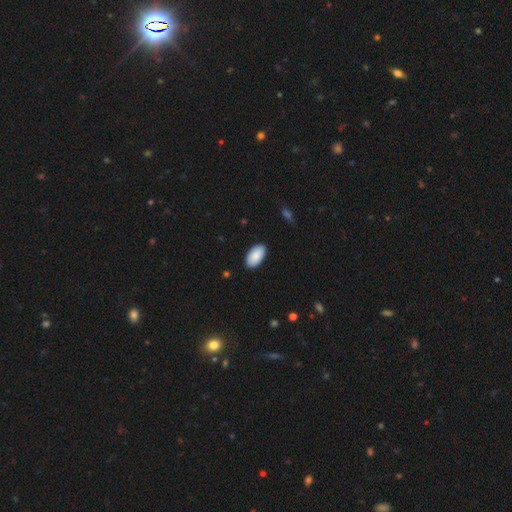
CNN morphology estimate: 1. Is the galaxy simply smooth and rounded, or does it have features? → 89% smooth, 6% star or artifact, 5% featured or disk.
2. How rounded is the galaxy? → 96% in between, 2% round, 2% cigar-shaped.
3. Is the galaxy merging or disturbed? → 89% none, 8% minor disturbance, 2% major disturbance, 1% merger.